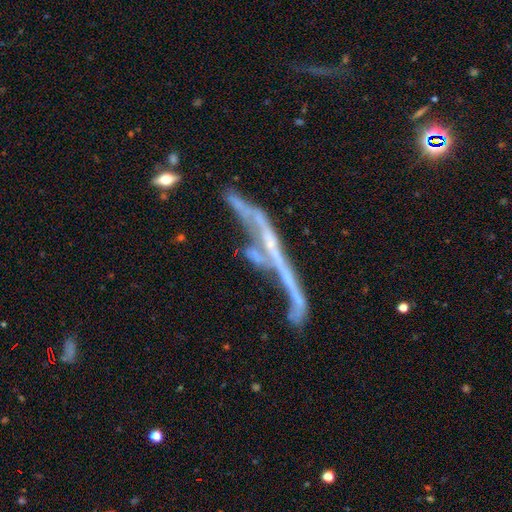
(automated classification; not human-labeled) featured or disk 51%, star or artifact 26%, smooth 23%. Down the decision tree: edge-on disk — no (57%); merging — merger (34%).